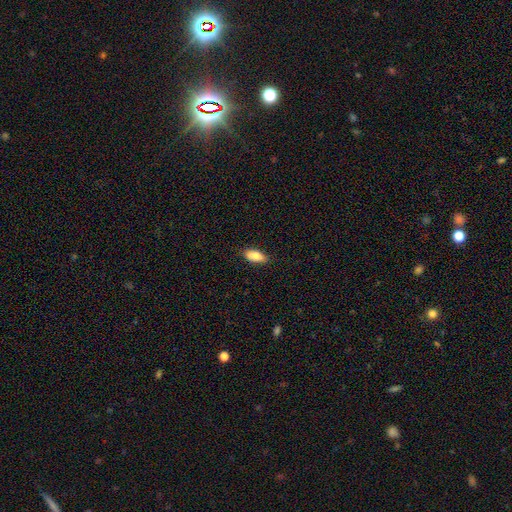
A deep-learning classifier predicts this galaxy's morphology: Smooth or featured: smooth — 79% (featured or disk — 14%)
How rounded: in between — 87% (cigar-shaped — 11%)
Merging: none — 84% (minor disturbance — 12%)